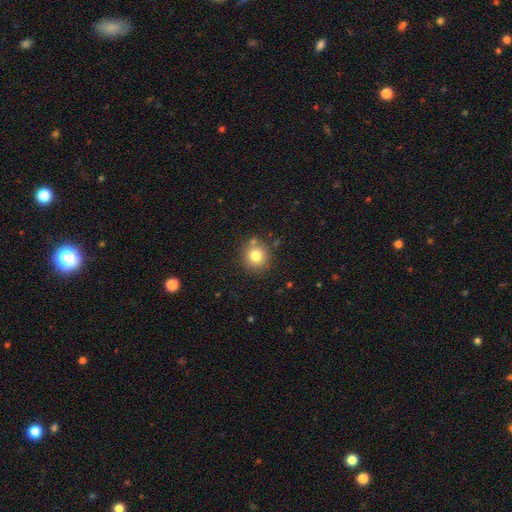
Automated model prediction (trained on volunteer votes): This appears to be a smooth galaxy with no disk features (79%) that is round (91%). Merging: none (81%).